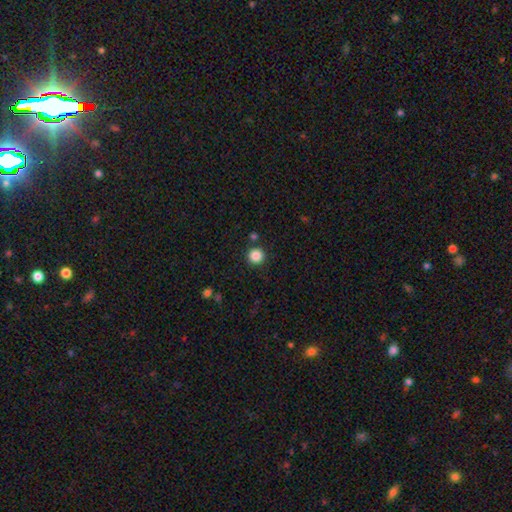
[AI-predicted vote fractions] The model was most divided on "smooth or featured": smooth: 86%, star or artifact: 11%, featured or disk: 3%. More confident: how rounded — round (95%); merging — none (88%).